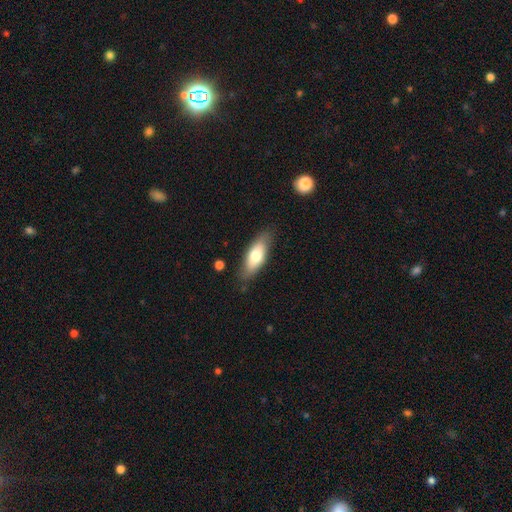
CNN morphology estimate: A smooth galaxy with no disk features (69%) that is in between round and cigar-shaped (70%). Merging: none (81%).